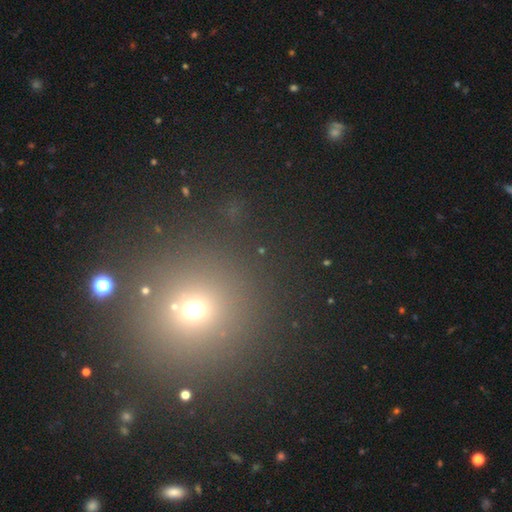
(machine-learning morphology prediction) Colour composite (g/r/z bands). It shows a smooth galaxy with no disk features (50%) that is round (91%). Merging: none (88%).